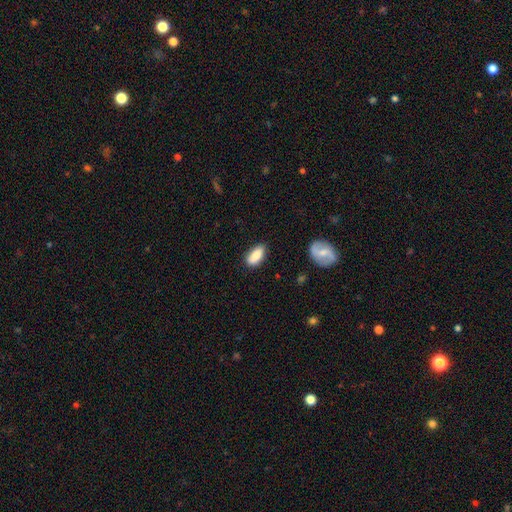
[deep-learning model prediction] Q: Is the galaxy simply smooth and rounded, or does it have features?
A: smooth — 85%.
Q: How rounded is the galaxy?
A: in between — 88%.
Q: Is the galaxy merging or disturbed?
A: none — 77%.